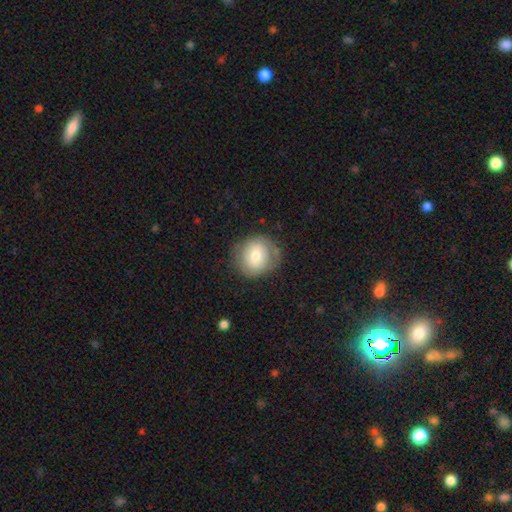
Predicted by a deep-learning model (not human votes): Q: Smooth or featured?
A: smooth (63%); runner-up: featured or disk (30%)
Q: How rounded?
A: round (81%); runner-up: in between (18%)
Q: Merging?
A: none (71%); runner-up: minor disturbance (19%)